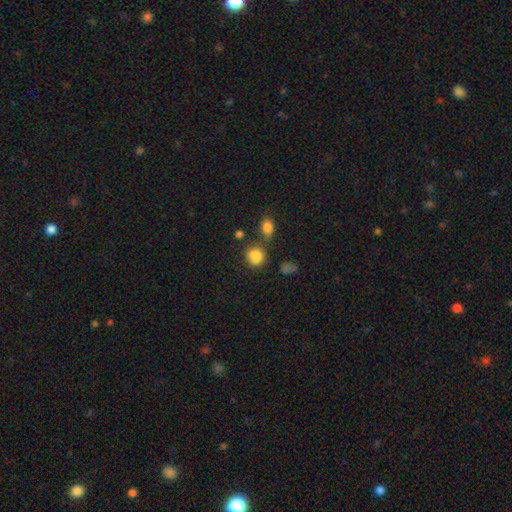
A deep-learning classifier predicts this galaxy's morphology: Q: Smooth or featured?
A: smooth (82%); runner-up: star or artifact (12%)
Q: How rounded?
A: round (67%); runner-up: in between (32%)
Q: Merging?
A: none (57%); runner-up: minor disturbance (19%)